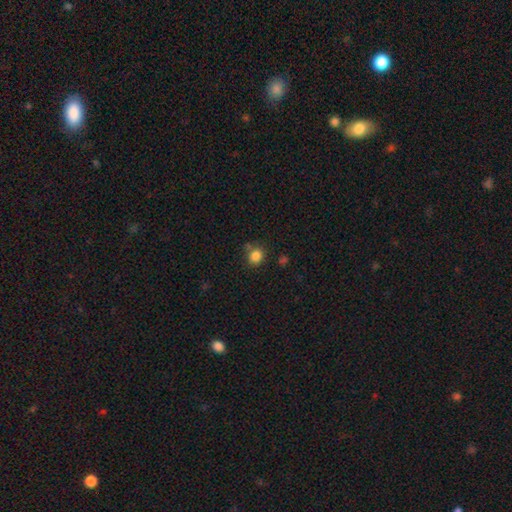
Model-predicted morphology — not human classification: type=smooth (84%); roundness=round (76%); merging=none (71%).